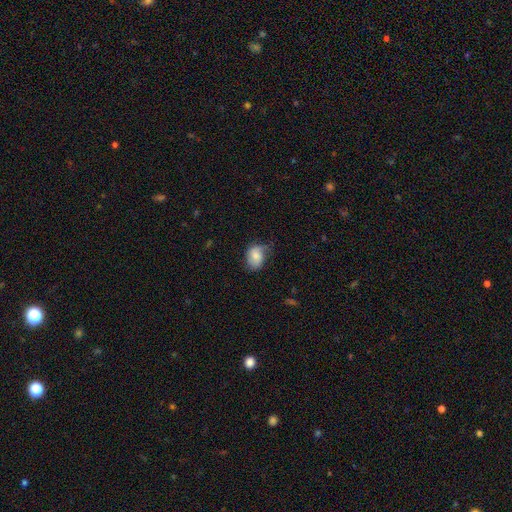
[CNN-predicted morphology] Smooth or featured: smooth — 69% (featured or disk — 22%)
How rounded: in between — 72% (round — 27%)
Merging: none — 47% (minor disturbance — 36%)